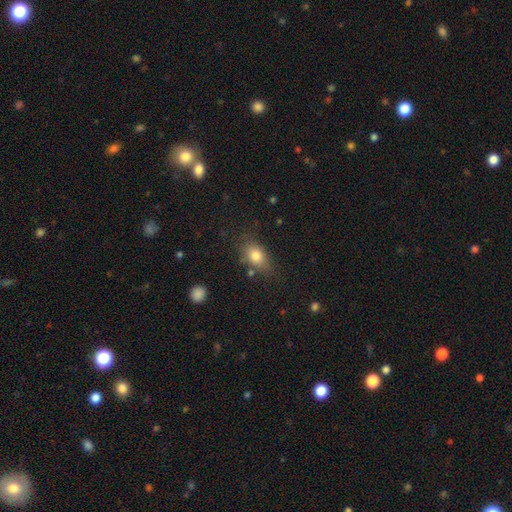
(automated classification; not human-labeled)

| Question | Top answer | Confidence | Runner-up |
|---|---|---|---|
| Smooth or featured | smooth | 80% | featured or disk (11%) |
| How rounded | in between | 77% | round (20%) |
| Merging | none | 71% | minor disturbance (19%) |